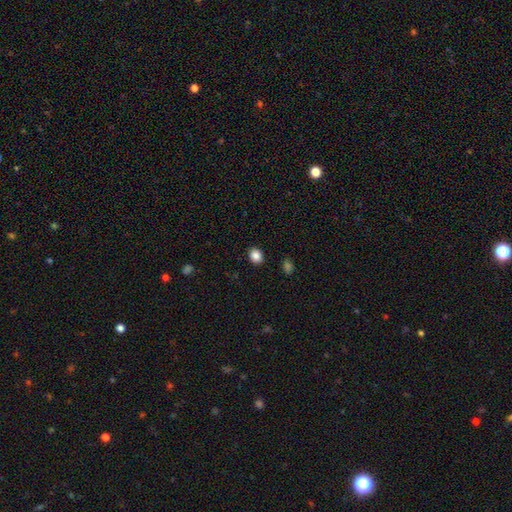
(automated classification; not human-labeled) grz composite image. It shows a smooth galaxy with no disk features (86%) that is round (56%). Merging: none (90%).